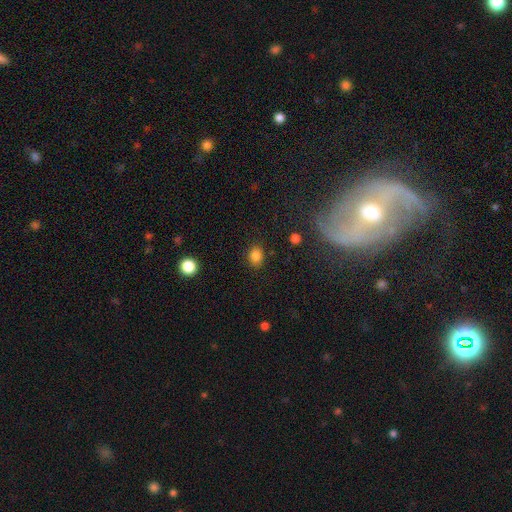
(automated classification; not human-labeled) smooth-or-featured: smooth: 84% | star or artifact: 12% | featured or disk: 4%
  how-rounded: in between: 52% | round: 47% | cigar-shaped: 1%
  merging: none: 85% | minor disturbance: 11% | major disturbance: 3% | merger: 2%